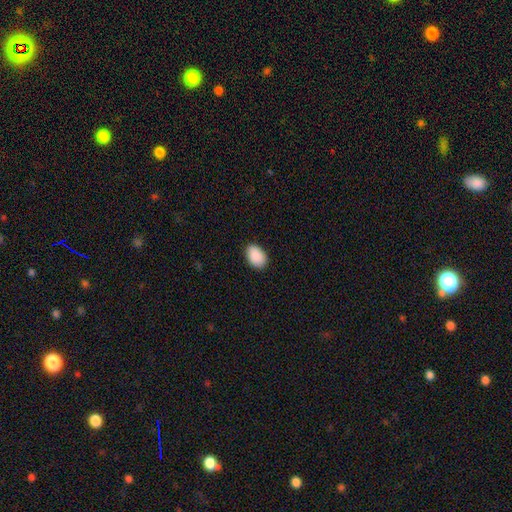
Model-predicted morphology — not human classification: smooth_or_featured: smooth (p=0.91) [alt: star or artifact p=0.07]
how_rounded: in between (p=0.88) [alt: round p=0.11]
merging: none (p=0.86) [alt: minor disturbance p=0.11]